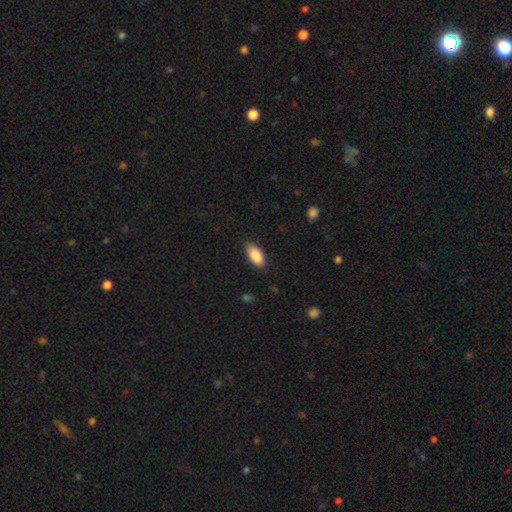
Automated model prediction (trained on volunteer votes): Smooth or featured: smooth — 89% (star or artifact — 7%)
How rounded: in between — 91% (cigar-shaped — 7%)
Merging: none — 80% (minor disturbance — 16%)